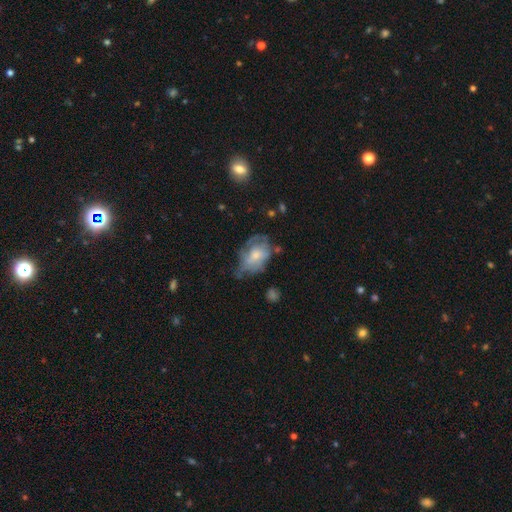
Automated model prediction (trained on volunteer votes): The model was most divided on "merging": none: 38%, minor disturbance: 33%, major disturbance: 25%, merger: 4%. Remaining: smooth or featured — featured or disk (50%).